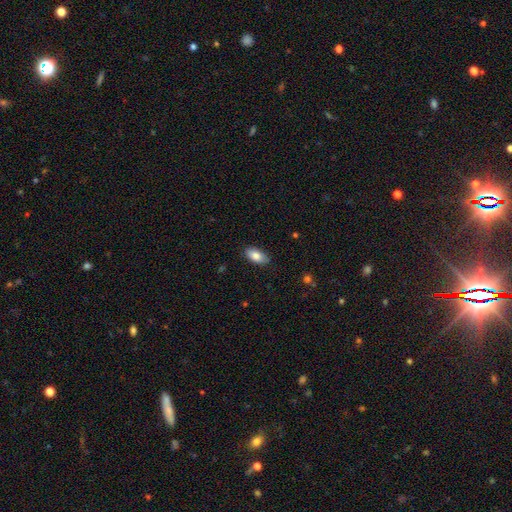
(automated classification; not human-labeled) Smooth or featured: smooth — 84% (featured or disk — 10%)
How rounded: in between — 93% (cigar-shaped — 4%)
Merging: none — 87% (minor disturbance — 10%)